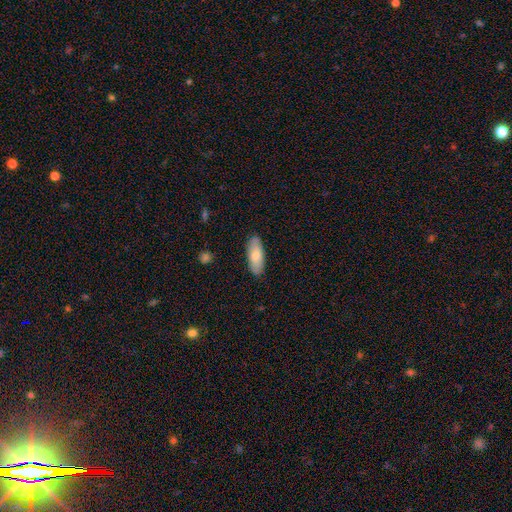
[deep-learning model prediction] This is likely a smooth galaxy (75%). How rounded: likely in between (80%). Merging: clearly none (86%).